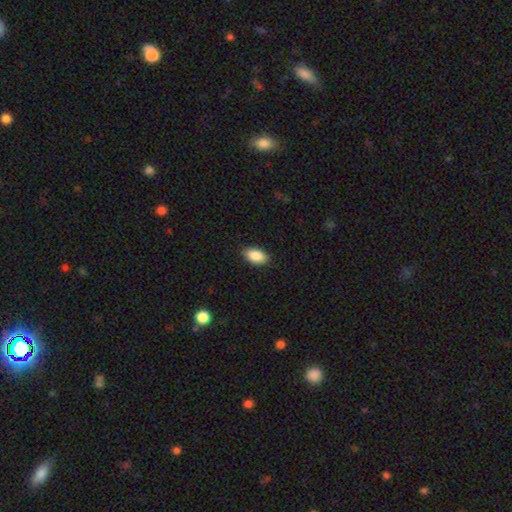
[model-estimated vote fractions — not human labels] This appears to be a smooth galaxy with no disk features (89%) that is in between round and cigar-shaped (93%). Merging: none (88%).